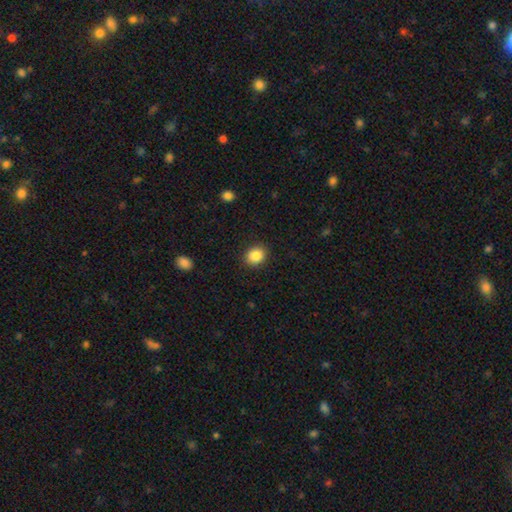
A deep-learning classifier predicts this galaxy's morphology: Smooth or featured? smooth (87%)
How rounded? round (66%)
Merging? none (89%)